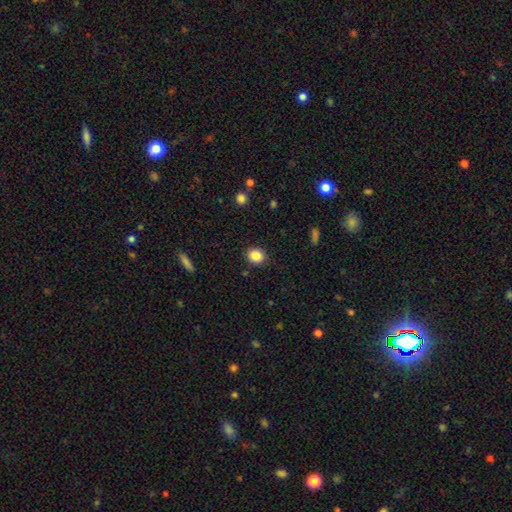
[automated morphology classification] The model was most divided on "how rounded": round: 76%, in between: 23%, cigar-shaped: 1%. More confident: merging — none (89%); smooth or featured — smooth (85%).